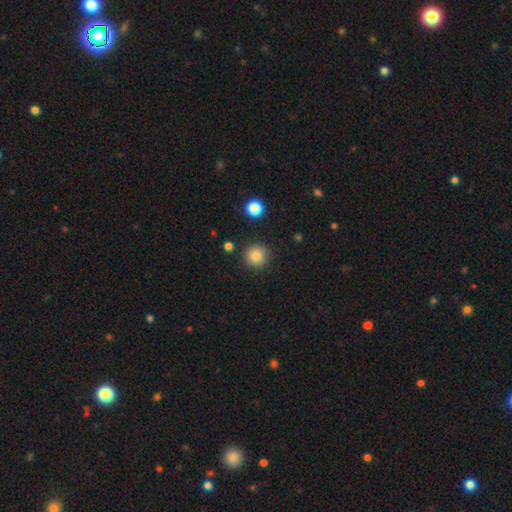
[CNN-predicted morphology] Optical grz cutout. It shows a smooth galaxy with no disk features (85%) that is round (95%). Merging: none (89%).